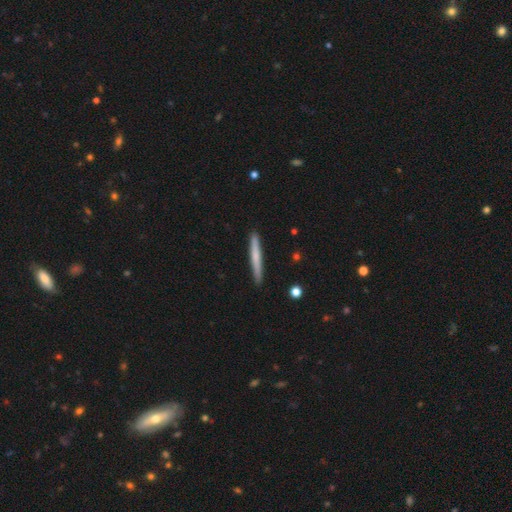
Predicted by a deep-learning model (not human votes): Smooth or featured: smooth — 61% (featured or disk — 34%)
How rounded: cigar-shaped — 96% (in between — 2%)
Merging: none — 90% (minor disturbance — 7%)